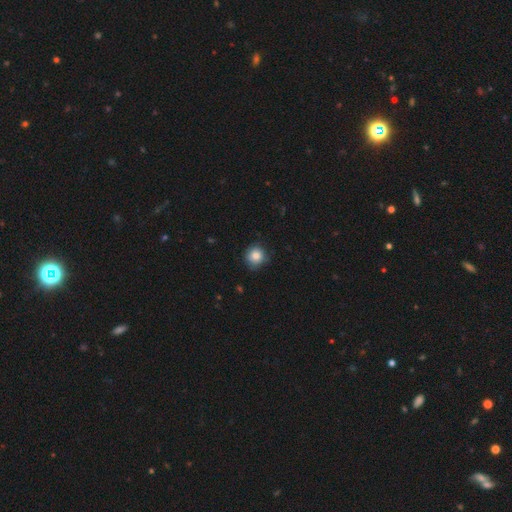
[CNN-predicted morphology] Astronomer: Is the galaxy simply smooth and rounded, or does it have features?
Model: smooth — 82%.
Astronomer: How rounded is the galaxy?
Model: round — 91%.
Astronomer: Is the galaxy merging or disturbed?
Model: none — 79%.